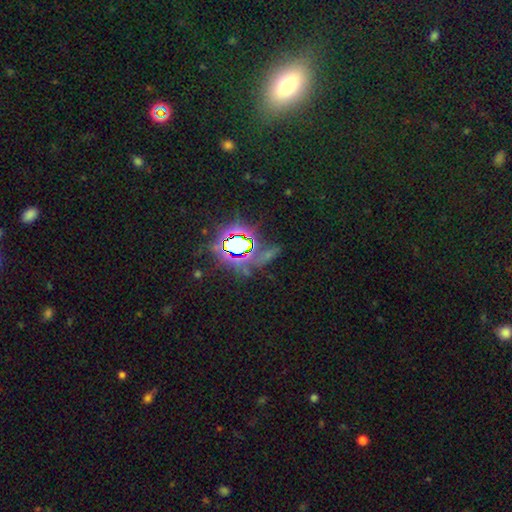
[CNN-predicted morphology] The model was most divided on "smooth or featured": star or artifact: 69%, smooth: 17%, featured or disk: 14%.